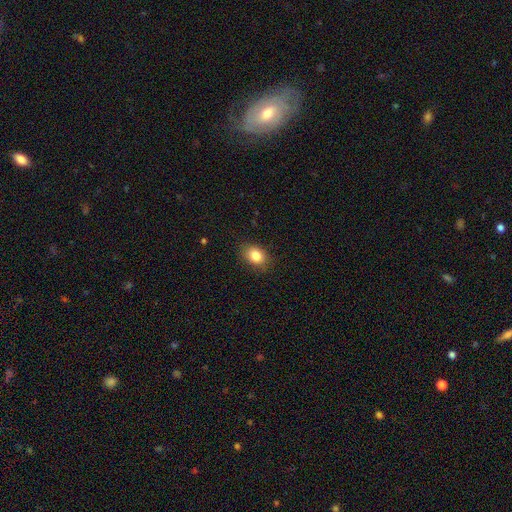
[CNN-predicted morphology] smooth-or-featured: smooth: 83% | star or artifact: 9% | featured or disk: 8%
  how-rounded: in between: 71% | round: 27% | cigar-shaped: 1%
  merging: none: 85% | minor disturbance: 11% | major disturbance: 3% | merger: 1%